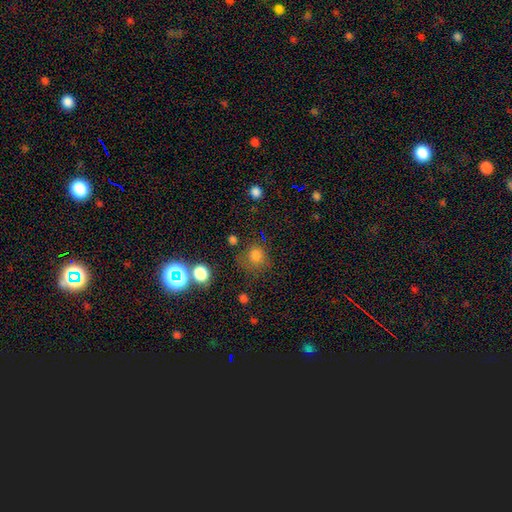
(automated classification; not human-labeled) Morphology: type=smooth (75%); roundness=round (83%); merging=none (66%).